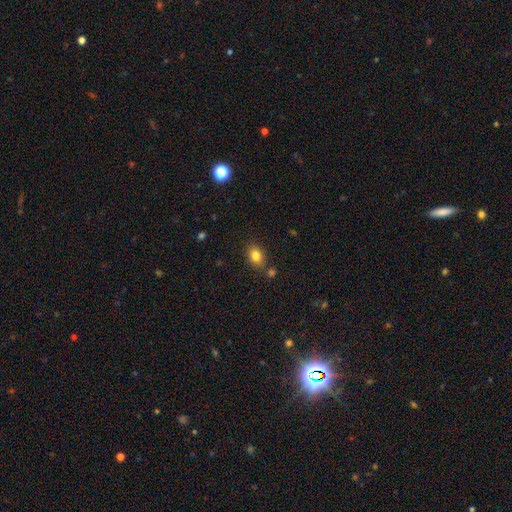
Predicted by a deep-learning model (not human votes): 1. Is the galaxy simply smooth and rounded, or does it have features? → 83% smooth, 10% star or artifact, 7% featured or disk.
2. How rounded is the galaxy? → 74% in between, 24% round, 2% cigar-shaped.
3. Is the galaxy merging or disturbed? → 76% none, 13% minor disturbance, 8% merger, 3% major disturbance.